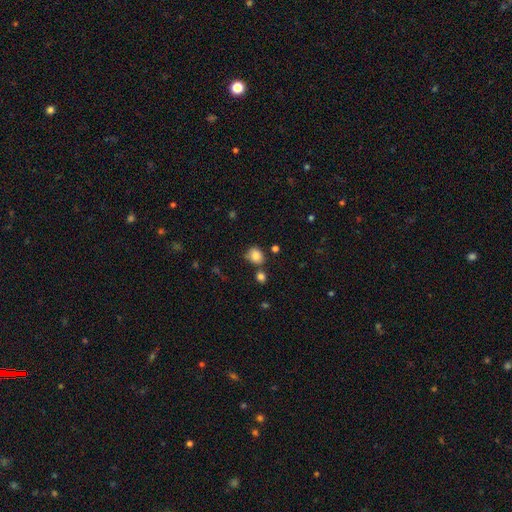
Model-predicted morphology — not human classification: smooth-or-featured: smooth: 83% | star or artifact: 10% | featured or disk: 6%
  how-rounded: round: 65% | in between: 34% | cigar-shaped: 1%
  merging: none: 68% | minor disturbance: 18% | merger: 9% | major disturbance: 5%